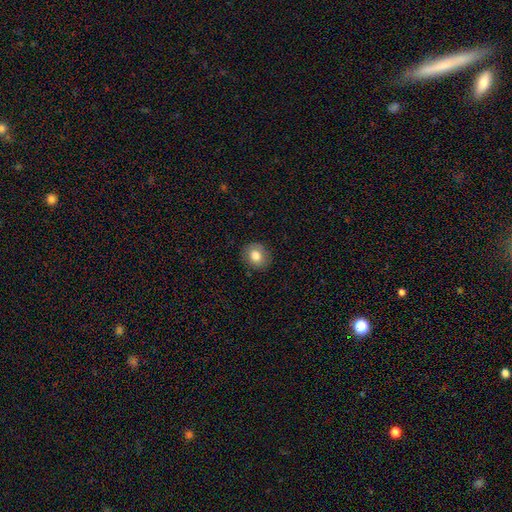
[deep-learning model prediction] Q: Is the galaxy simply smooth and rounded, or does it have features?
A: smooth — 81%.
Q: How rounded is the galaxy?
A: round — 74%.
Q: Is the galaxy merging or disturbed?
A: none — 88%.